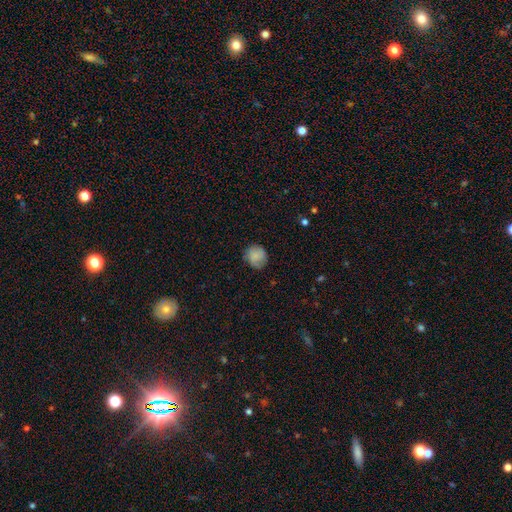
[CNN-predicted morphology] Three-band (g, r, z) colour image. It shows a smooth galaxy with no disk features (81%) that is round (83%). Merging: none (76%).